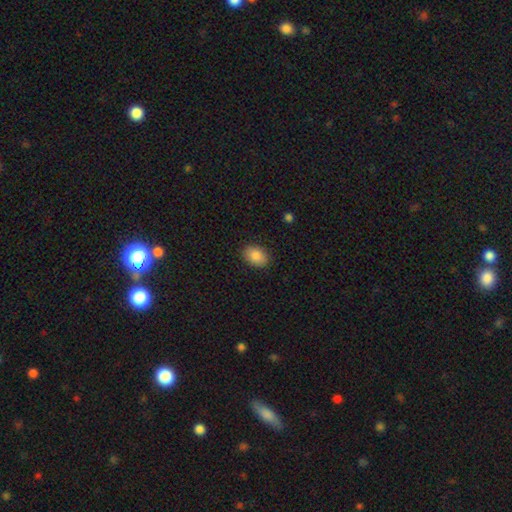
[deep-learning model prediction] smooth-or-featured: smooth: 86% | star or artifact: 8% | featured or disk: 6%
  how-rounded: in between: 76% | round: 23% | cigar-shaped: 1%
  merging: none: 89% | minor disturbance: 8% | major disturbance: 2% | merger: 1%